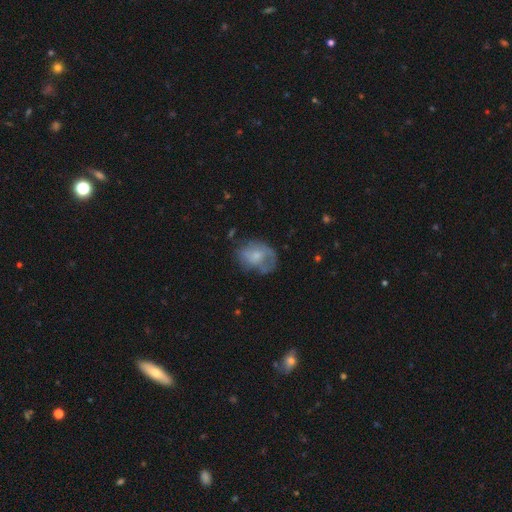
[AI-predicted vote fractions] This appears to be a smooth galaxy with no disk features (53%) that is in between round and cigar-shaped (63%). Merging: none (45%).